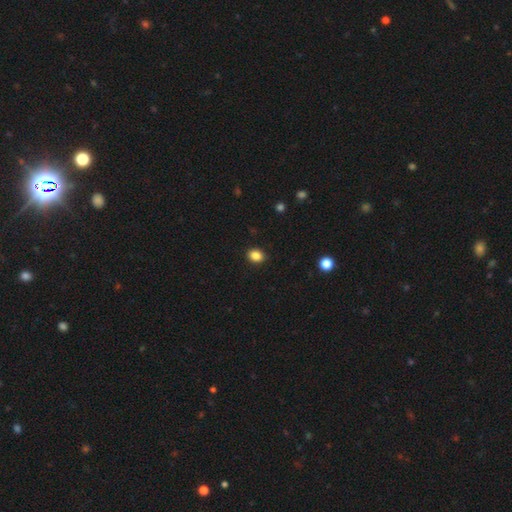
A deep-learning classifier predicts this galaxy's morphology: Smooth or featured? Predicted: smooth (p=0.86). How rounded? Predicted: in between (p=0.55). Merging? Predicted: none (p=0.90).